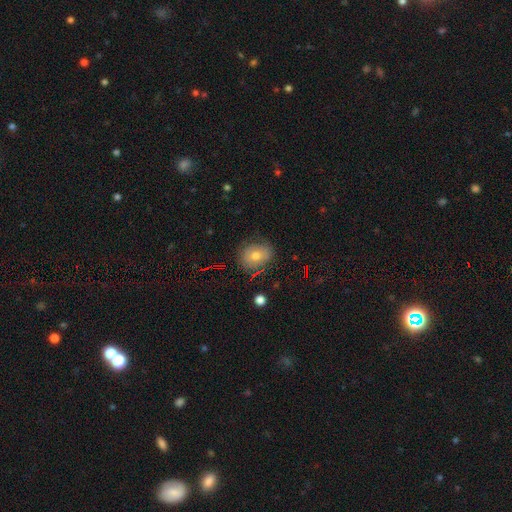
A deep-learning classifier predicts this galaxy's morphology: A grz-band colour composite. It shows a smooth galaxy with no disk features (55%) that is round (53%). Merging: none (73%).